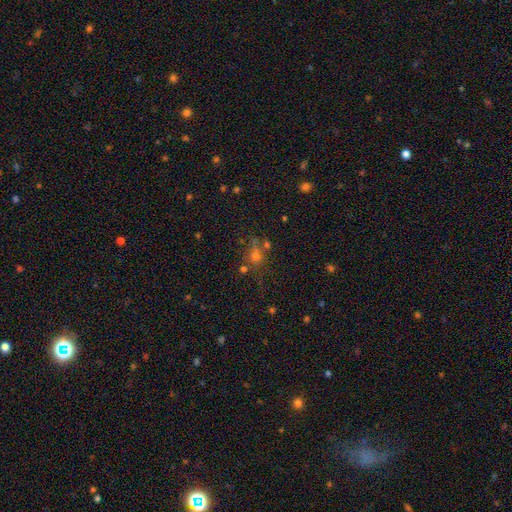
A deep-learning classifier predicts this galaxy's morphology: type=smooth (50%); merging=none (63%).